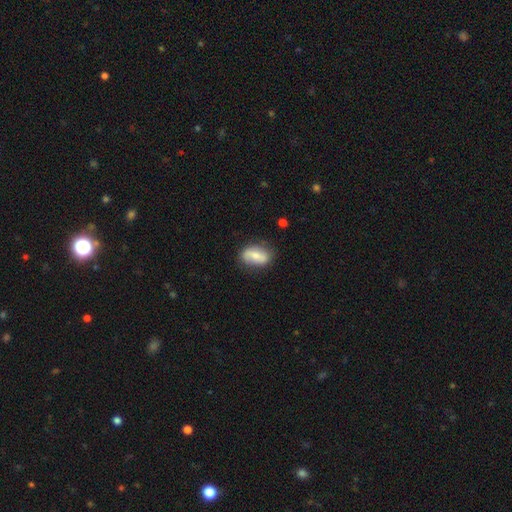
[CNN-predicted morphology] type=smooth (59%); roundness=in between (87%); merging=none (74%).